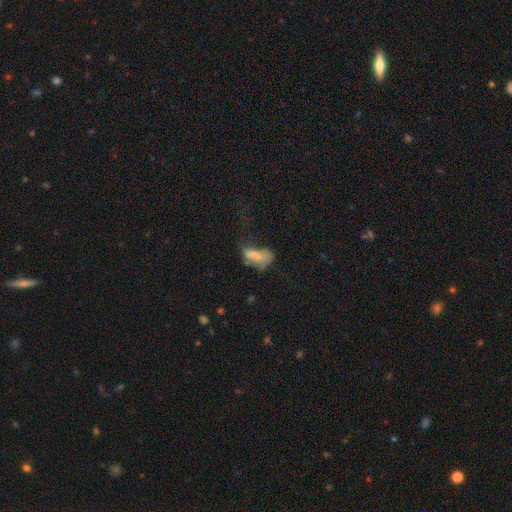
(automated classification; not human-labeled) The model was most divided on "merging": major disturbance: 43%, minor disturbance: 24%, none: 23%, merger: 11%. More confident: how rounded — in between (86%); smooth or featured — smooth (63%).